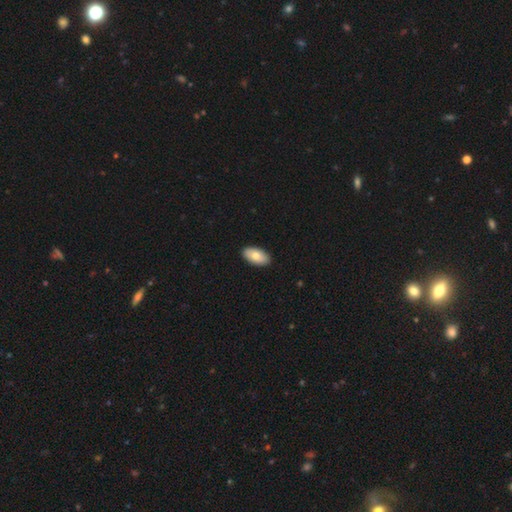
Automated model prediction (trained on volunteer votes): A smooth galaxy with no disk features (77%) that is in between round and cigar-shaped (95%).

Vote fractions:
- Smooth or featured? smooth: 77% / featured or disk: 17% / star or artifact: 6%
- How rounded? in between: 95% / round: 3% / cigar-shaped: 2%
- Merging? none: 91% / minor disturbance: 7% / major disturbance: 1% / merger: 1%